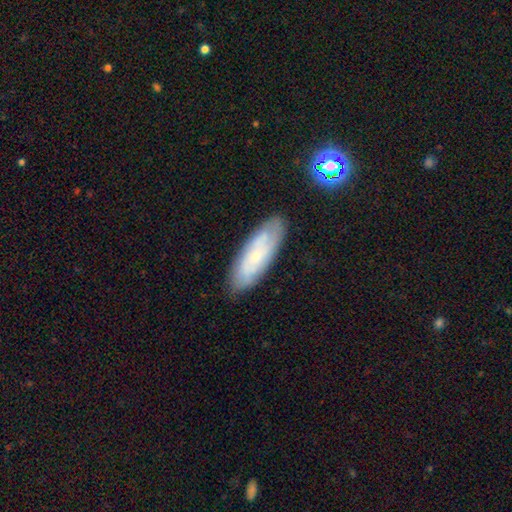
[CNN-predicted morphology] smooth_or_featured: featured or disk (p=0.50) [alt: smooth p=0.42]
merging: none (p=0.82) [alt: minor disturbance p=0.14]